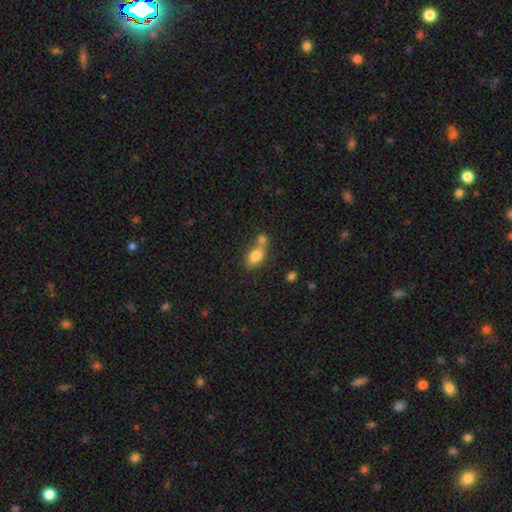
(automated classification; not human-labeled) This appears to be a smooth galaxy with no disk features (79%) that is in between round and cigar-shaped (82%). Merging: merger (48%).